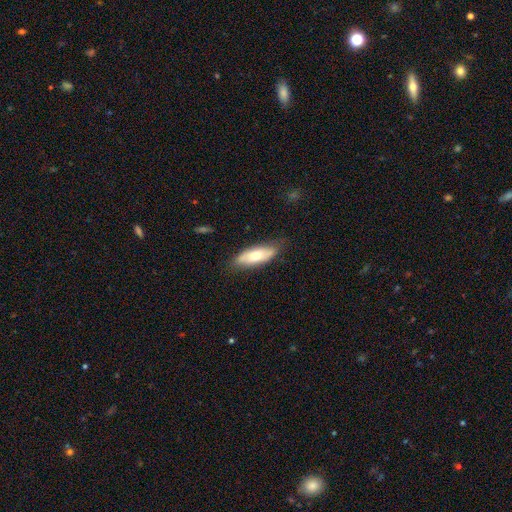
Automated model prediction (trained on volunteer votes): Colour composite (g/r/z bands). It shows a smooth galaxy with no disk features (62%) that is in between round and cigar-shaped (69%). Merging: none (74%).